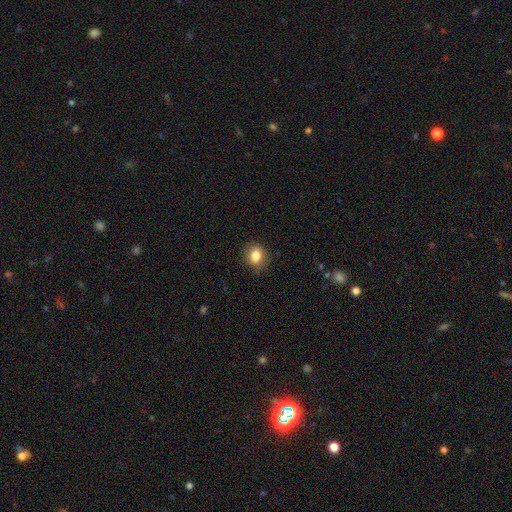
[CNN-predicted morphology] Q: Smooth or featured?
A: smooth (83%); runner-up: star or artifact (9%)
Q: How rounded?
A: round (53%); runner-up: in between (46%)
Q: Merging?
A: none (80%); runner-up: minor disturbance (15%)